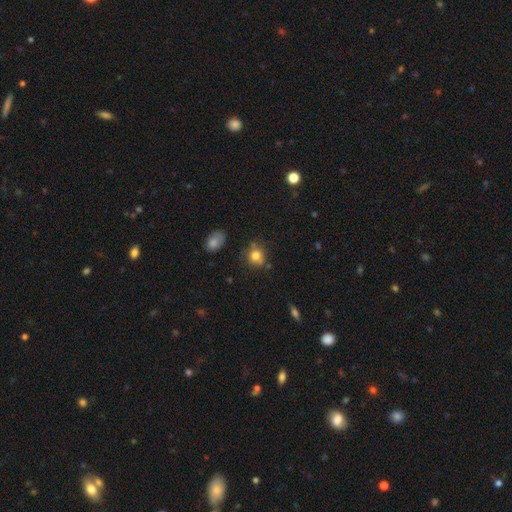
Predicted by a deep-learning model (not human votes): Smooth or featured?
  - smooth: 78% *
  - star or artifact: 12%
  - featured or disk: 10%
How rounded?
  - round: 74% *
  - in between: 25%
  - cigar-shaped: 1%
Merging?
  - none: 62% *
  - minor disturbance: 22%
  - merger: 9%
  - major disturbance: 7%